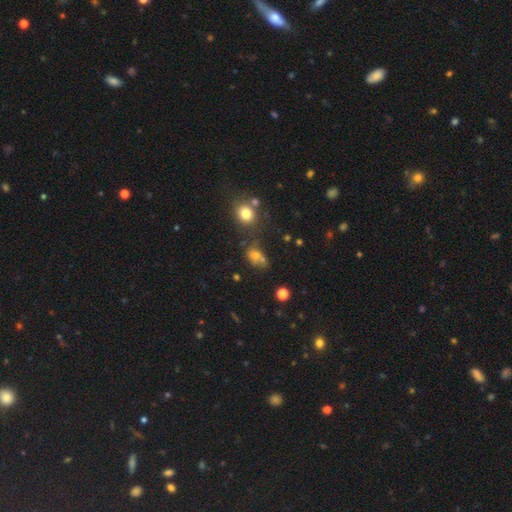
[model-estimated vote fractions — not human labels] Smooth or featured: smooth — 66% (star or artifact — 20%)
How rounded: in between — 61% (round — 37%)
Merging: none — 38% (merger — 31%)